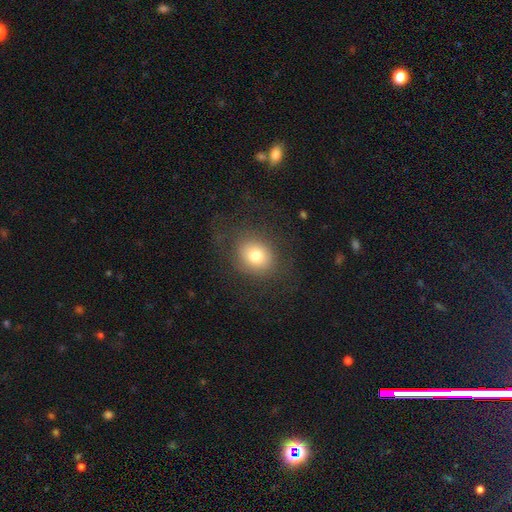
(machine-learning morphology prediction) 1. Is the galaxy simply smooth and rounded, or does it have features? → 76% smooth, 14% featured or disk, 11% star or artifact.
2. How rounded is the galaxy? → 64% round, 35% in between, 1% cigar-shaped.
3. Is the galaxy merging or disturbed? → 76% none, 12% minor disturbance, 10% major disturbance, 1% merger.